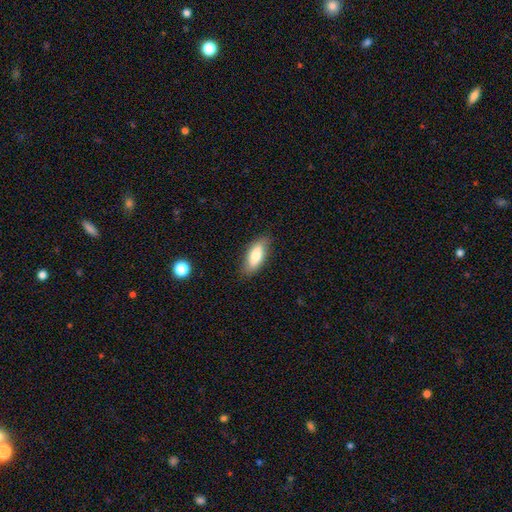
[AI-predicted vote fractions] Smooth or featured? Predicted: smooth (p=0.75). How rounded? Predicted: in between (p=0.78). Merging? Predicted: none (p=0.82).